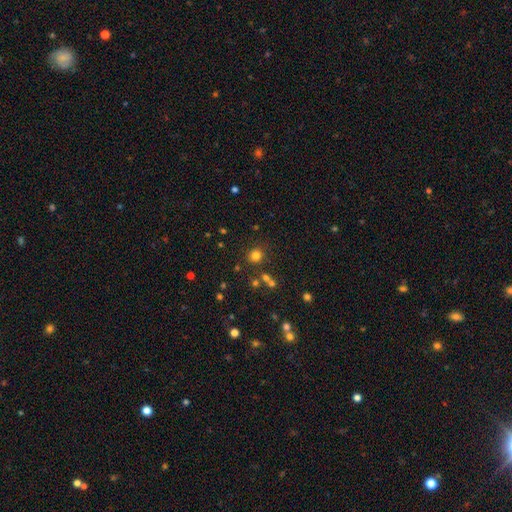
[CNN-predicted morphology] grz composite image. It shows a smooth galaxy with no disk features (77%) that is round (86%). Merging: none (83%).